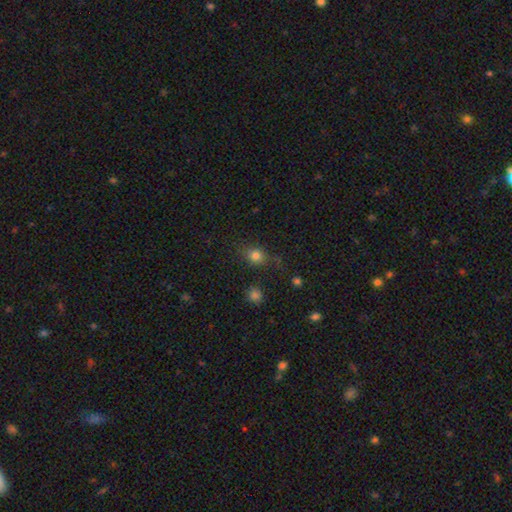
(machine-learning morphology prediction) smooth-or-featured: smooth: 77% | star or artifact: 15% | featured or disk: 8%
  how-rounded: round: 67% | in between: 31% | cigar-shaped: 2%
  merging: none: 74% | minor disturbance: 16% | major disturbance: 6% | merger: 4%